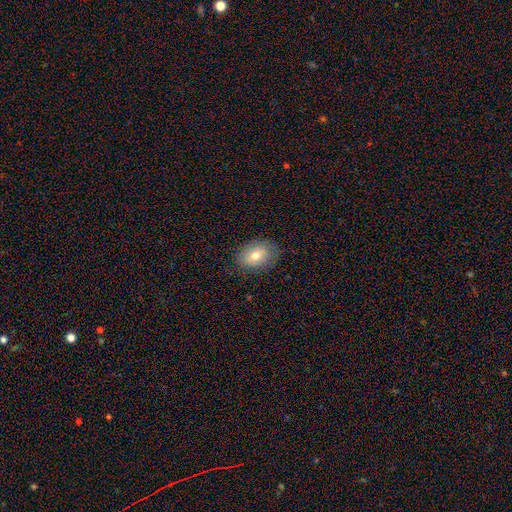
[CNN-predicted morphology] Overall: smooth (73%). How rounded: in between (78%). Merging: none (83%).